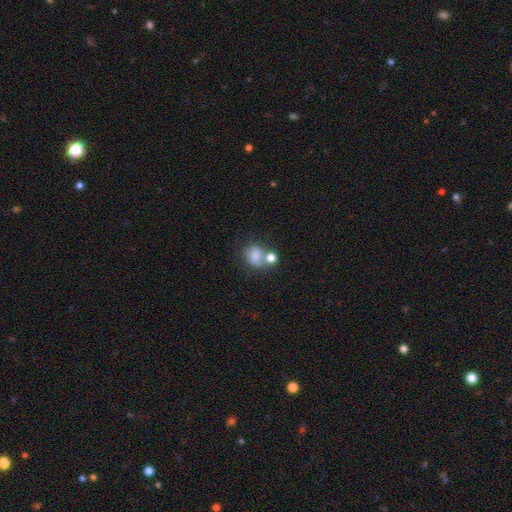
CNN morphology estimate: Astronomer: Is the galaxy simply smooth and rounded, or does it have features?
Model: smooth — 74%.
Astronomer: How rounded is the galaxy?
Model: round — 62%.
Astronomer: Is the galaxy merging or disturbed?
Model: none — 41% (runner-up: merger, 34%).